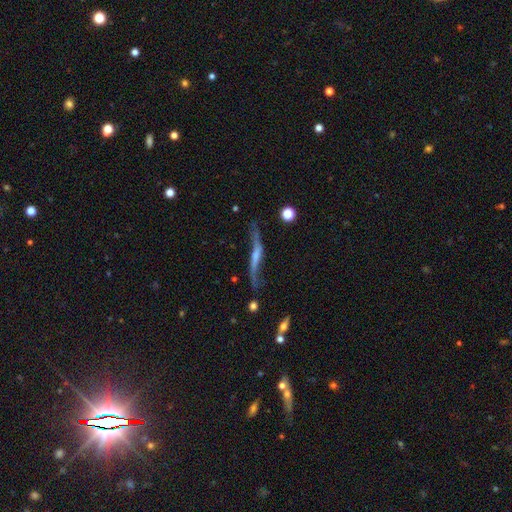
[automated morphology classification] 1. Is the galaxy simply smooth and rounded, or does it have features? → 74% featured or disk, 17% smooth, 9% star or artifact.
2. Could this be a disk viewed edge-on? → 56% yes, 44% no.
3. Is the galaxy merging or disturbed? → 59% none, 23% minor disturbance, 13% major disturbance, 5% merger.